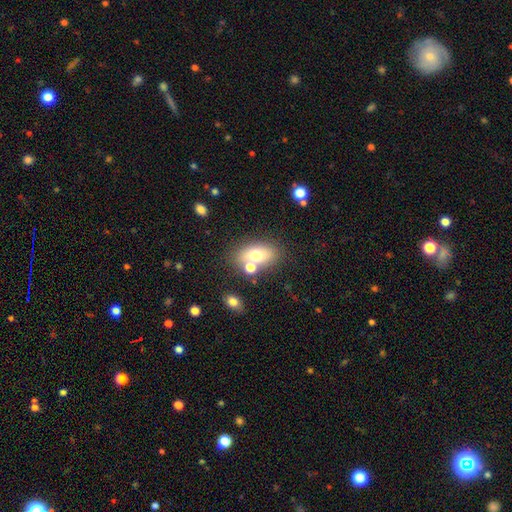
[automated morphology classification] Overall: smooth (68%). How rounded: in between (80%). Merging: none (60%; merger 23%).